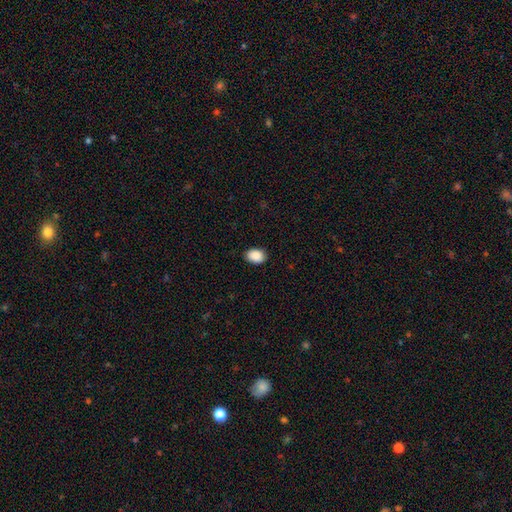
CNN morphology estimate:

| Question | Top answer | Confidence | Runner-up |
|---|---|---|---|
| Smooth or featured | smooth | 90% | star or artifact (7%) |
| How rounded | in between | 76% | round (23%) |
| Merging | none | 87% | minor disturbance (10%) |